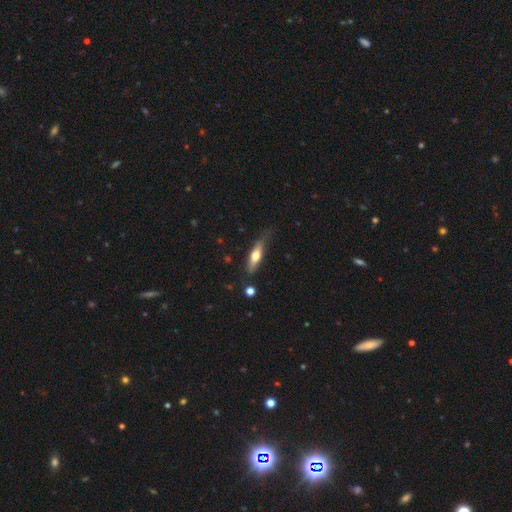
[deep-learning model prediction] The model was most divided on "smooth or featured": smooth: 53%, featured or disk: 42%, star or artifact: 6%. More confident: how rounded — cigar-shaped (64%); merging — none (64%).